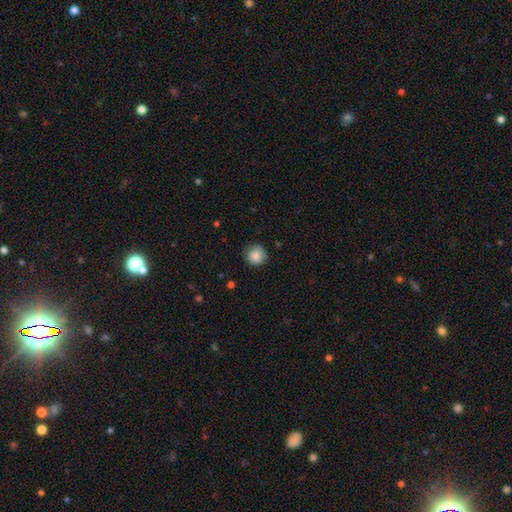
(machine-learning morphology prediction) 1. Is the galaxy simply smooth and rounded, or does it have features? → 86% smooth, 8% star or artifact, 6% featured or disk.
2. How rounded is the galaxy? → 92% round, 7% in between, 1% cigar-shaped.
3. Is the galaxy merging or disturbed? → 81% none, 15% minor disturbance, 3% major disturbance, 1% merger.